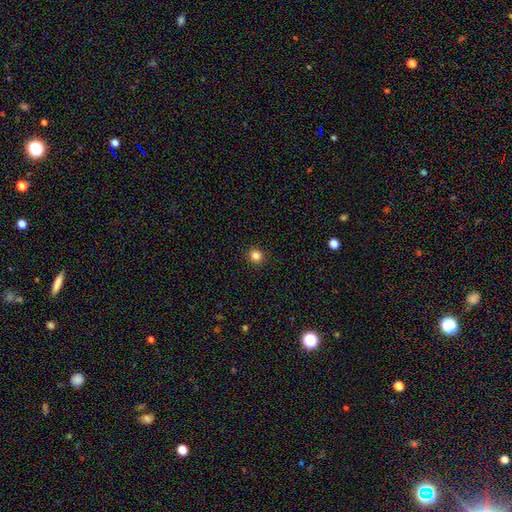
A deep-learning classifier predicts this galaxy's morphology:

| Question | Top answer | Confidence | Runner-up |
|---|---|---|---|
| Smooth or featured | smooth | 83% | star or artifact (13%) |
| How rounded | round | 93% | in between (6%) |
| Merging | none | 93% | minor disturbance (5%) |